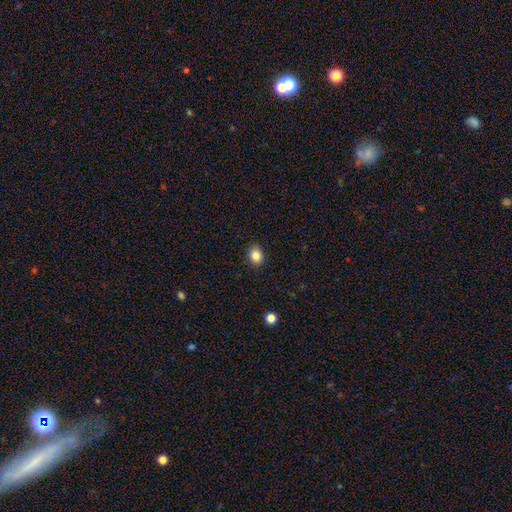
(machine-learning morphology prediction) Smooth or featured?
  - smooth: 85% *
  - star or artifact: 10%
  - featured or disk: 5%
How rounded?
  - in between: 52% *
  - round: 47%
  - cigar-shaped: 1%
Merging?
  - none: 90% *
  - minor disturbance: 7%
  - major disturbance: 2%
  - merger: 1%